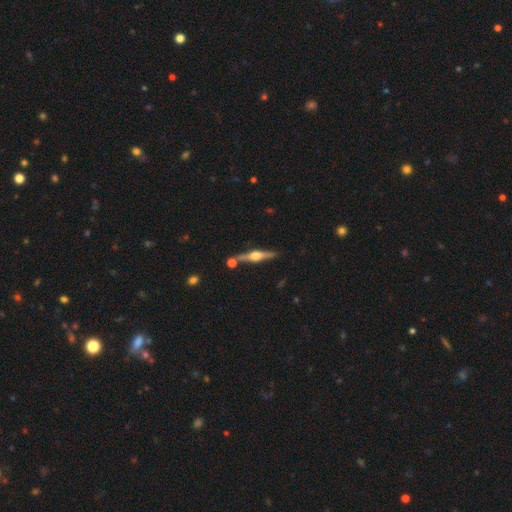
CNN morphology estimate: type=featured or disk (77%); edge-on=yes (98%); edge-on bulge=rounded (93%); merging=none (80%).